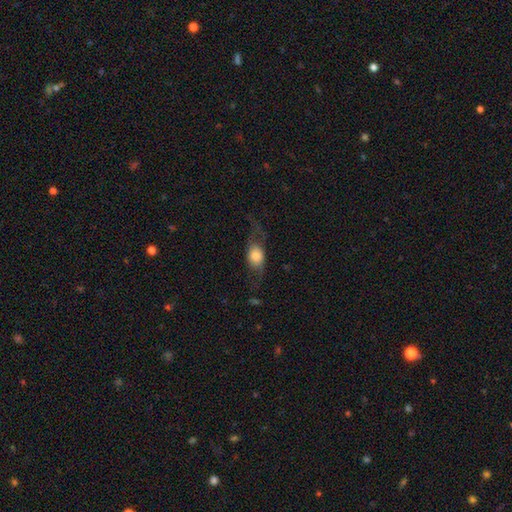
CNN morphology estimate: Smooth or featured? Predicted: smooth (p=0.61). How rounded? Predicted: in between (p=0.67). Merging? Predicted: none (p=0.47).